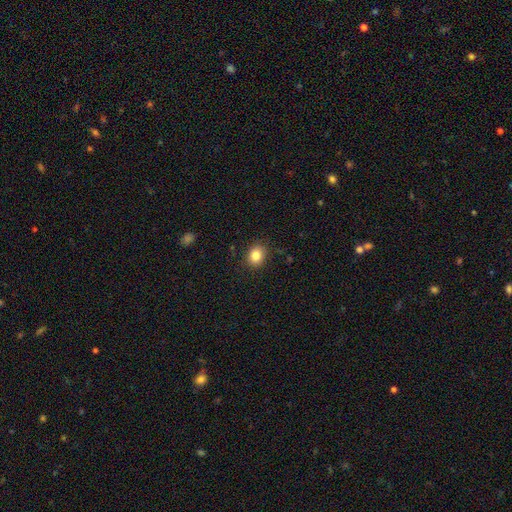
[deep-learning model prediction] Smooth or featured? smooth (84%)
How rounded? round (60%)
Merging? none (88%)